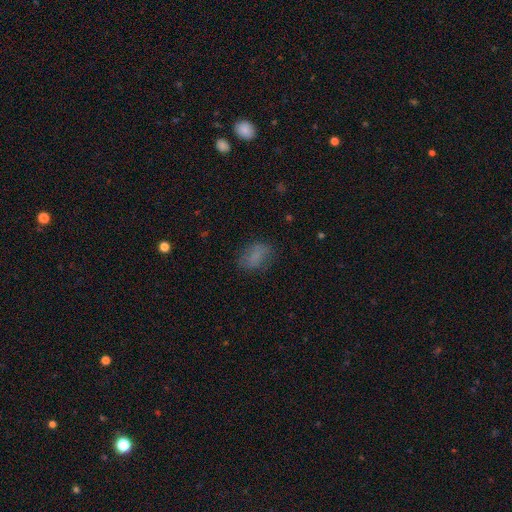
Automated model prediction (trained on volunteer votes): The model was most divided on "merging": none: 70%, minor disturbance: 19%, major disturbance: 9%, merger: 1%. More confident: how rounded — in between (81%); smooth or featured — smooth (75%).